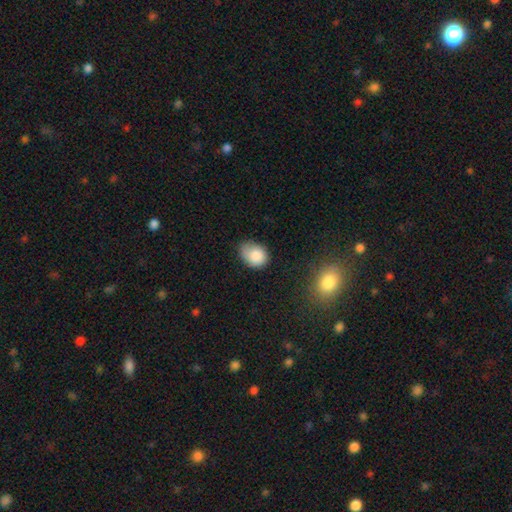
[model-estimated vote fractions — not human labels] Smooth or featured? smooth (84%)
How rounded? in between (62%)
Merging? none (54%)